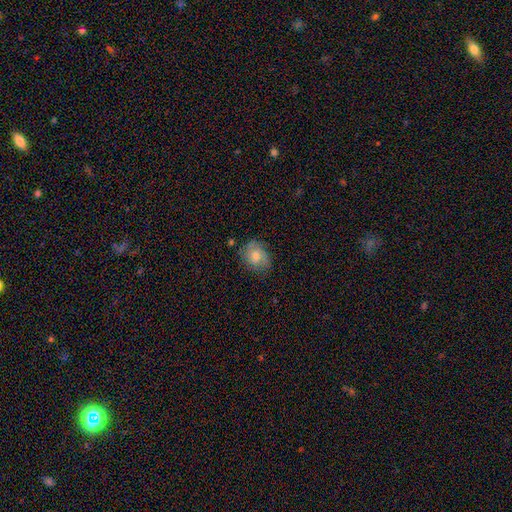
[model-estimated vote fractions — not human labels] Smooth or featured? Predicted: smooth (p=0.55). How rounded? Predicted: in between (p=0.55). Merging? Predicted: none (p=0.71).